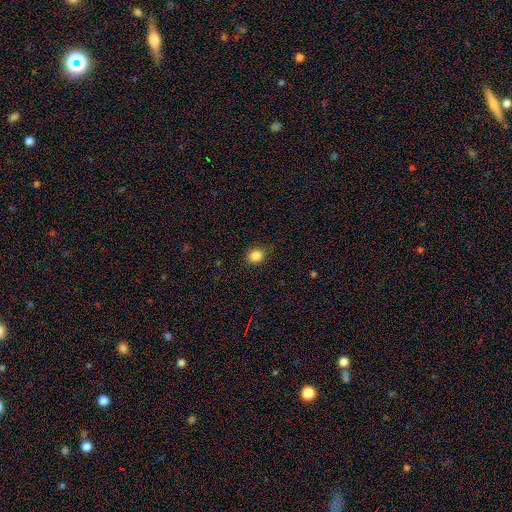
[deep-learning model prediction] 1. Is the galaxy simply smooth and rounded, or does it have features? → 84% smooth, 11% star or artifact, 4% featured or disk.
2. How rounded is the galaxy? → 70% round, 29% in between, 1% cigar-shaped.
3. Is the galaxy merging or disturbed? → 84% none, 12% minor disturbance, 3% major disturbance, 1% merger.